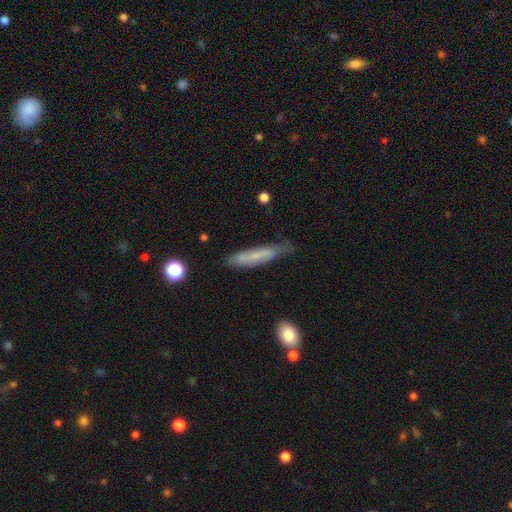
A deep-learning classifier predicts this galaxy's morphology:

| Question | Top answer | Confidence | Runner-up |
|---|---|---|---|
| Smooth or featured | smooth | 61% | featured or disk (32%) |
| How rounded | cigar-shaped | 88% | in between (11%) |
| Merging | none | 65% | minor disturbance (26%) |